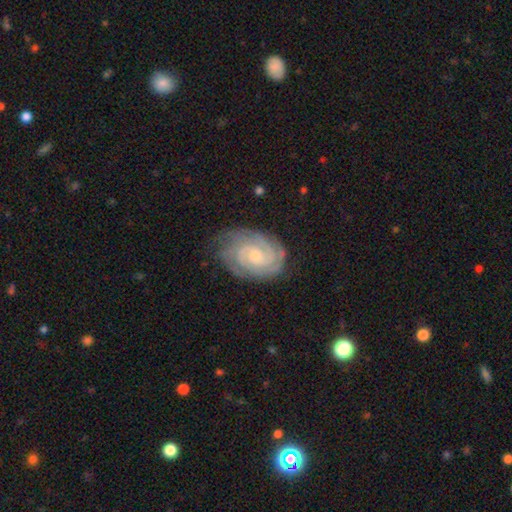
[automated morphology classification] This appears to be a featured or disk galaxy (89%) with no bar (65%), 2 (41%) tight (78%) spiral arms (98%) and a small central bulge (65%). Merging: none (76%).